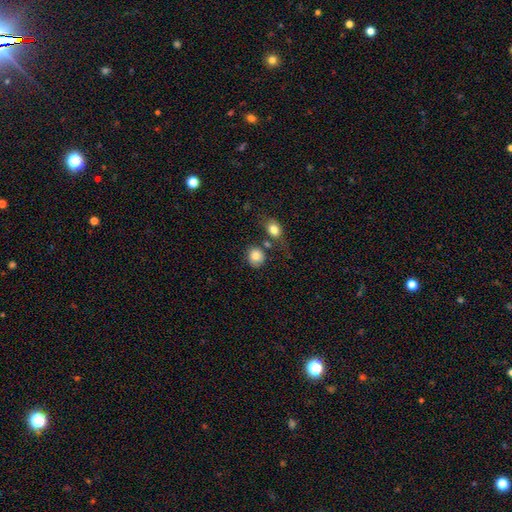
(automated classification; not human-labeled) This is clearly a smooth galaxy (83%). How rounded: likely round (77%). Merging: likely none (65%).